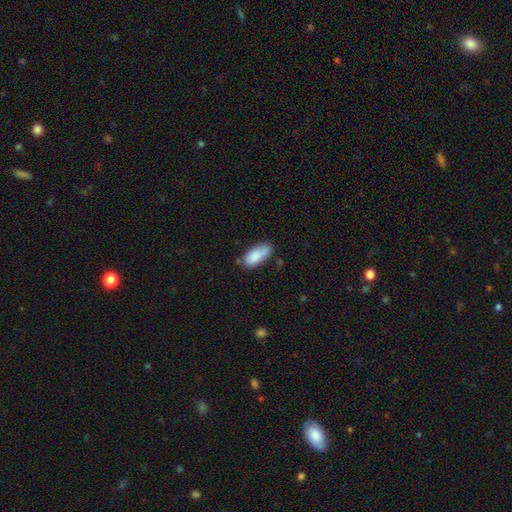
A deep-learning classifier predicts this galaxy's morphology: Smooth or featured? smooth (83%)
How rounded? in between (87%)
Merging? none (54%)